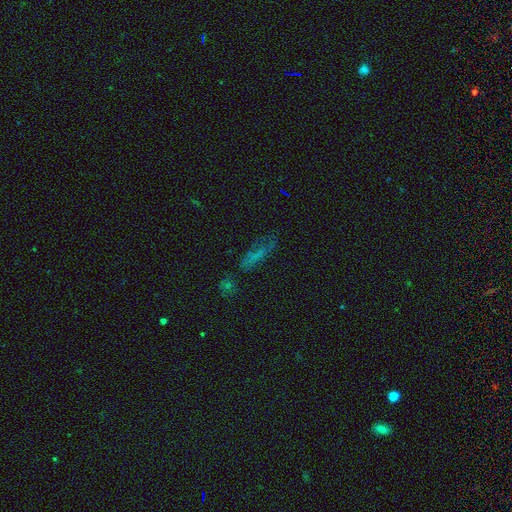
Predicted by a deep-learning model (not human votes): smooth 47%, star or artifact 27%, featured or disk 26%. Down the decision tree: merging — none (63%).